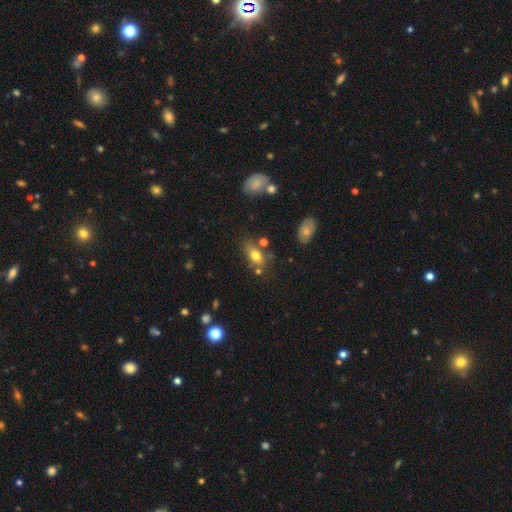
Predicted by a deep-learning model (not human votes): Morphology: type=smooth (76%); roundness=in between (85%); merging=none (63%).